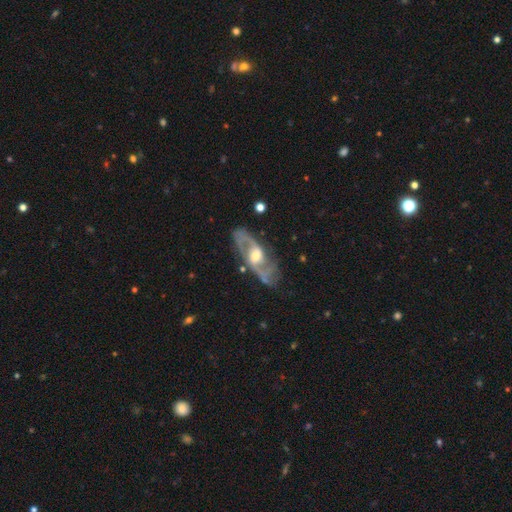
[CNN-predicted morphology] smooth_or_featured: featured or disk (p=0.88) [alt: smooth p=0.08]
disk_edge_on: no (p=0.93) [alt: yes p=0.07]
bar: weak (p=0.43) [alt: no p=0.40]
has_spiral_arms: yes (p=0.94) [alt: no p=0.06]
spiral_winding: medium (p=0.52) [alt: loose p=0.32]
spiral_arm_count: 2 (p=0.90) [alt: can't tell p=0.04]
bulge_size: moderate (p=0.60) [alt: small p=0.31]
merging: none (p=0.76) [alt: minor disturbance p=0.15]